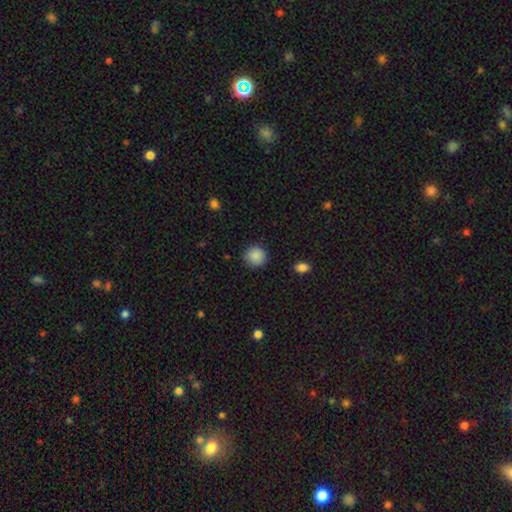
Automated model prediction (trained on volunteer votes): Smooth or featured?
  - smooth: 89% *
  - star or artifact: 8%
  - featured or disk: 3%
How rounded?
  - round: 92% *
  - in between: 8%
  - cigar-shaped: 1%
Merging?
  - none: 89% *
  - minor disturbance: 7%
  - major disturbance: 2%
  - merger: 1%